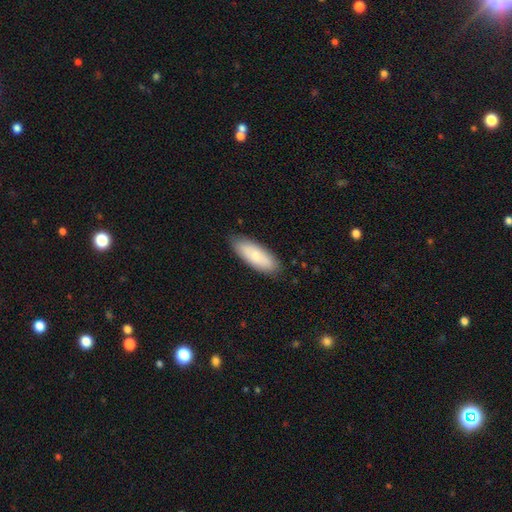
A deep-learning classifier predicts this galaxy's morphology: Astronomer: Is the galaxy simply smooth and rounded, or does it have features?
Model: smooth — 74%.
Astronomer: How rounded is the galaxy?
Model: in between — 71%.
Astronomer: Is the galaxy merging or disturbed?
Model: none — 84%.